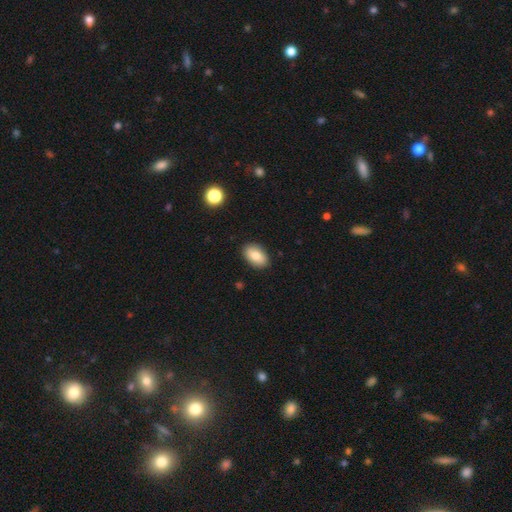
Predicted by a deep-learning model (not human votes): A smooth galaxy with no disk features (82%) that is in between round and cigar-shaped (91%). Merging: none (88%).